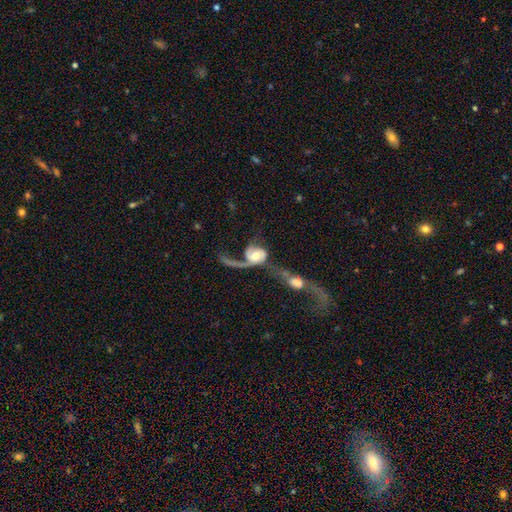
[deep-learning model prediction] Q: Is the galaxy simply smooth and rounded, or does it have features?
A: featured or disk — 70%.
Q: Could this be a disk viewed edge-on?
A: no — 95%.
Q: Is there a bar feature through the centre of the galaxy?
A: no — 69%.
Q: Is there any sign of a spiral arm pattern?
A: yes — 80%.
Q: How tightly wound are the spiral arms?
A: loose — 74%.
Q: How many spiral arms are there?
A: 1 — 60%.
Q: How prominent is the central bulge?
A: moderate — 59%.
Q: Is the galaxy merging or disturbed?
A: merger — 61%.